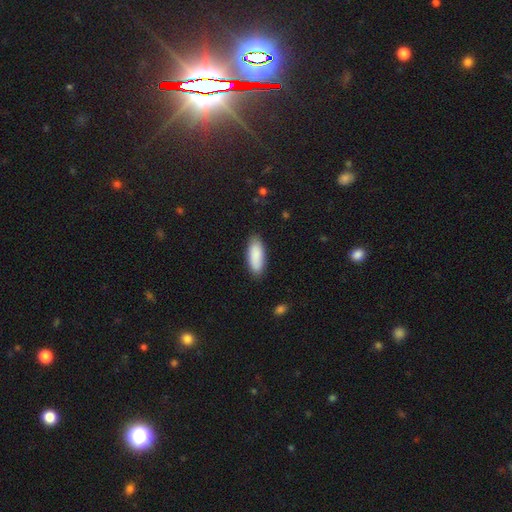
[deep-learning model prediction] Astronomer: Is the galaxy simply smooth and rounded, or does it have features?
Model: smooth — 89%.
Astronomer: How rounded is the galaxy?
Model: in between — 77%.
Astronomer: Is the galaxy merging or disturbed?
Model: none — 86%.